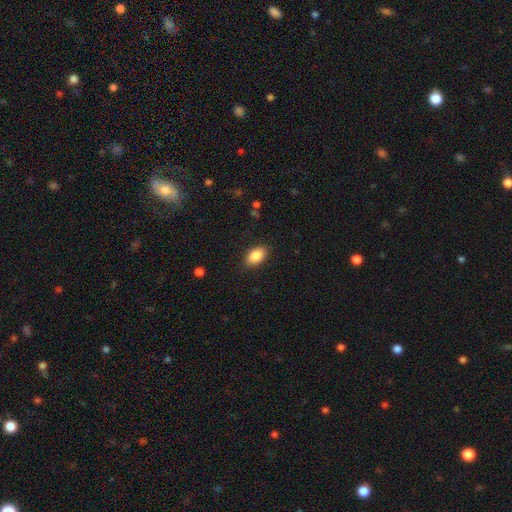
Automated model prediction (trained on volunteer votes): Smooth or featured? Predicted: smooth (p=0.87). How rounded? Predicted: in between (p=0.91). Merging? Predicted: none (p=0.87).